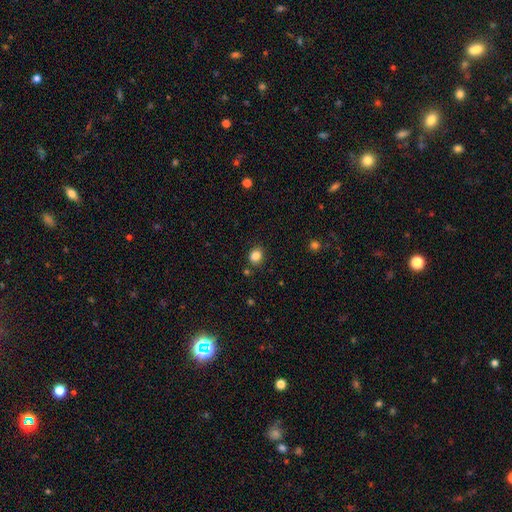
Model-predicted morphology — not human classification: Smooth or featured?
  - smooth: 84% *
  - star or artifact: 11%
  - featured or disk: 5%
How rounded?
  - round: 60% *
  - in between: 40%
  - cigar-shaped: 1%
Merging?
  - none: 83% *
  - minor disturbance: 10%
  - merger: 4%
  - major disturbance: 3%